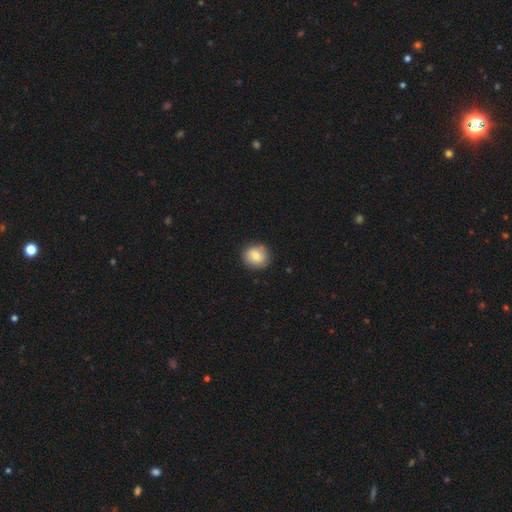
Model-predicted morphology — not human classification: A smooth galaxy with no disk features (73%) that is round (86%). Merging: none (84%).